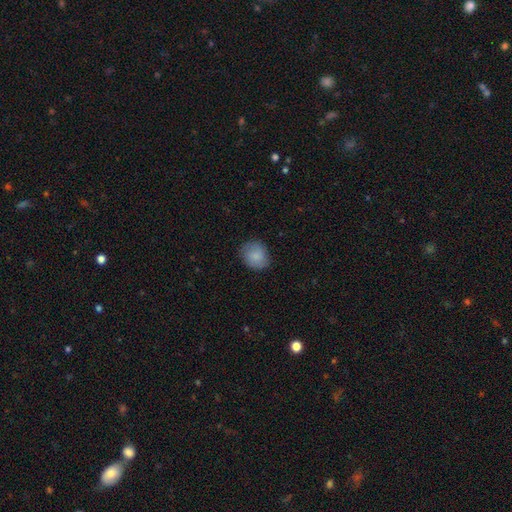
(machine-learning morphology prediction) Smooth or featured?
  - smooth: 83% *
  - featured or disk: 10%
  - star or artifact: 7%
How rounded?
  - round: 71% *
  - in between: 28%
  - cigar-shaped: 1%
Merging?
  - none: 81% *
  - minor disturbance: 15%
  - major disturbance: 3%
  - merger: 1%